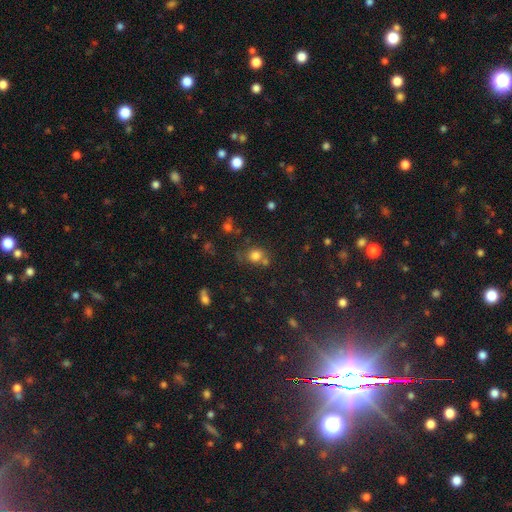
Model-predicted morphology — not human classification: The model was most divided on "merging": none: 58%, merger: 24%, minor disturbance: 13%, major disturbance: 5%. More confident: smooth or featured — smooth (77%); how rounded — round (76%).